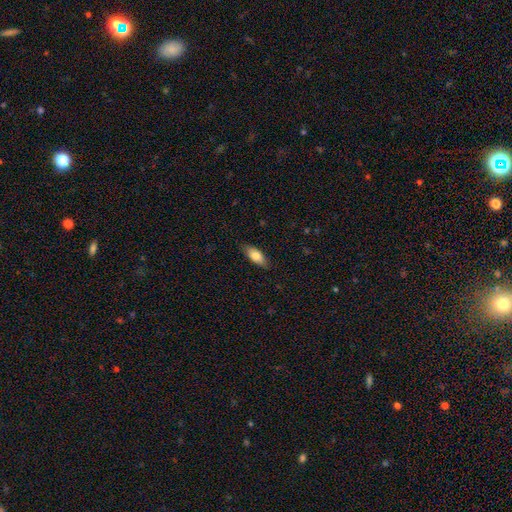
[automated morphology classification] smooth 77%, featured or disk 17%, star or artifact 6%. Down the decision tree: how rounded — in between (80%); merging — none (85%).